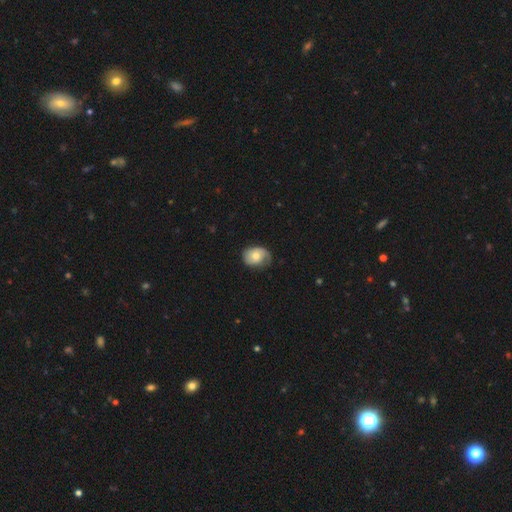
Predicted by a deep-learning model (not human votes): A smooth galaxy with no disk features (48%).

Vote fractions:
- Smooth or featured? smooth: 48% / featured or disk: 45% / star or artifact: 7%
- Merging? none: 57% / minor disturbance: 30% / major disturbance: 11% / merger: 1%